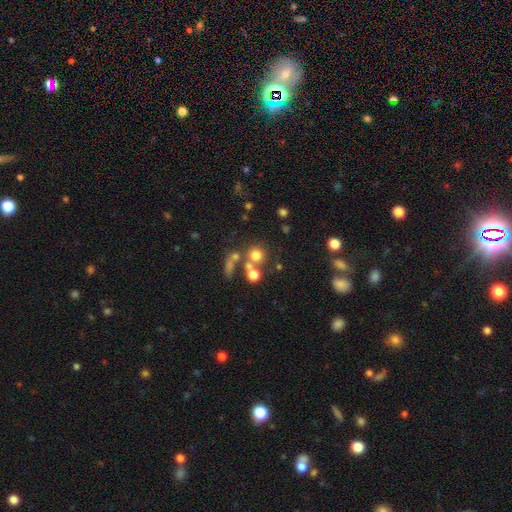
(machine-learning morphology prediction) This is likely a smooth galaxy (68%). How rounded: clearly round (87%). Merging: possibly none (53%).